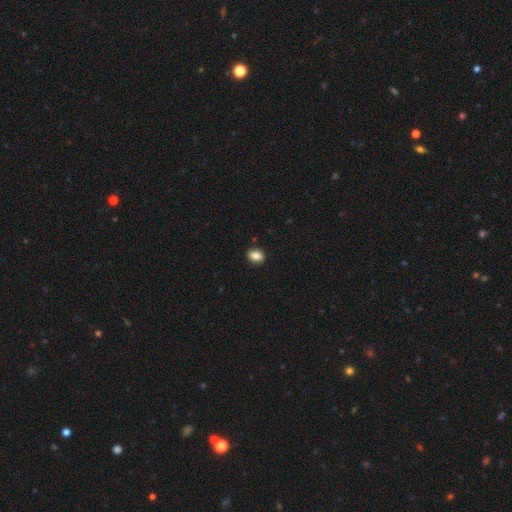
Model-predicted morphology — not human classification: Smooth or featured? smooth (86%)
How rounded? in between (67%)
Merging? none (89%)